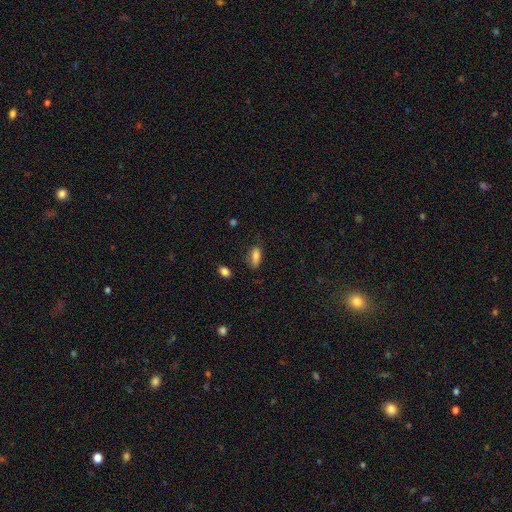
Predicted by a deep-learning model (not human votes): Smooth or featured? Predicted: smooth (p=0.81). How rounded? Predicted: in between (p=0.73). Merging? Predicted: none (p=0.71).